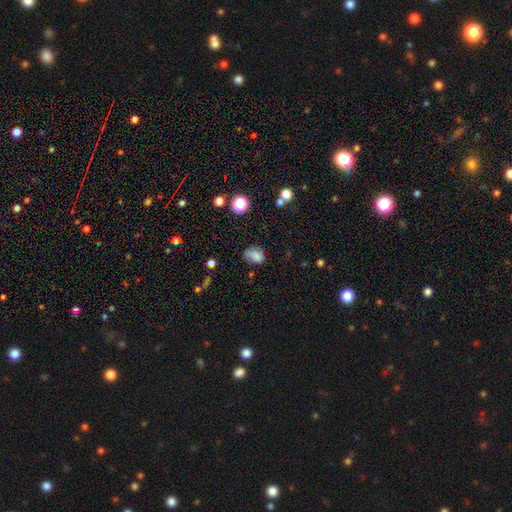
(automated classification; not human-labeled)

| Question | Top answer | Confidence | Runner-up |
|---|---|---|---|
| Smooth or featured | smooth | 77% | star or artifact (12%) |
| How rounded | in between | 69% | round (30%) |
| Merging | none | 50% | minor disturbance (33%) |